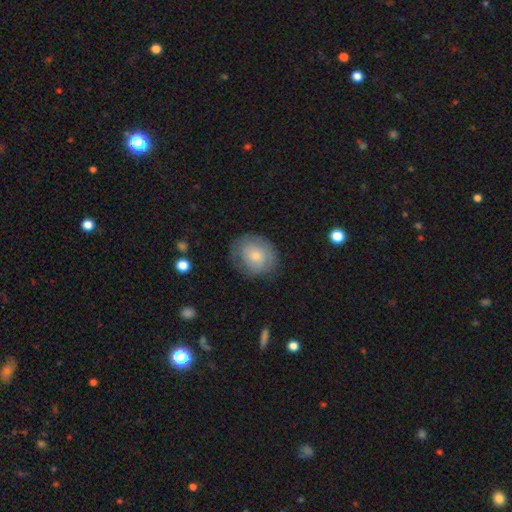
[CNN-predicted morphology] smooth-or-featured: smooth: 54% | featured or disk: 38% | star or artifact: 8%
  how-rounded: round: 72% | in between: 27% | cigar-shaped: 1%
  merging: none: 72% | minor disturbance: 19% | major disturbance: 8% | merger: 1%